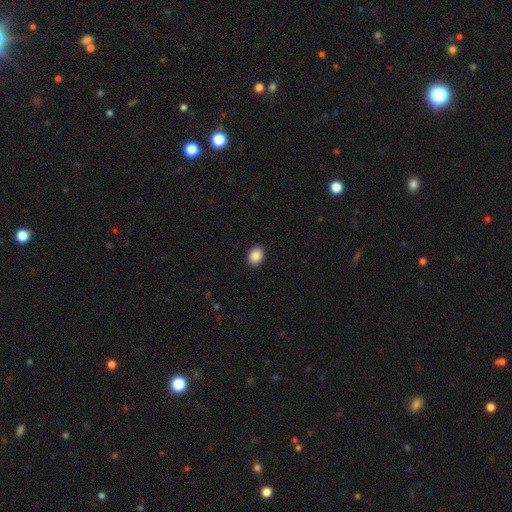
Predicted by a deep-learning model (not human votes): smooth 89%, star or artifact 8%, featured or disk 3%. Down the decision tree: how rounded — in between (51%); merging — none (91%).